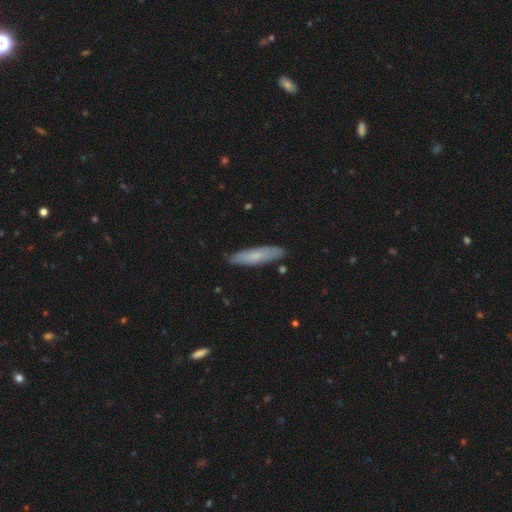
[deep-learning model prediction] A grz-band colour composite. It shows a smooth galaxy with no disk features (65%) that is cigar-shaped (77%). Merging: none (86%).